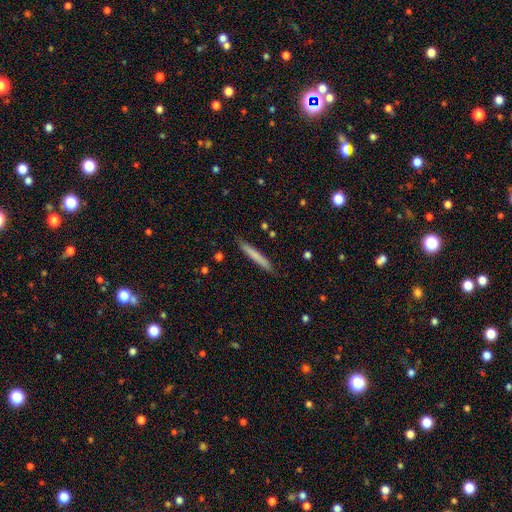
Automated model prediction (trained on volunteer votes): smooth_or_featured: smooth (p=0.72) [alt: featured or disk p=0.22]
how_rounded: cigar-shaped (p=0.96) [alt: in between p=0.03]
merging: none (p=0.87) [alt: minor disturbance p=0.10]